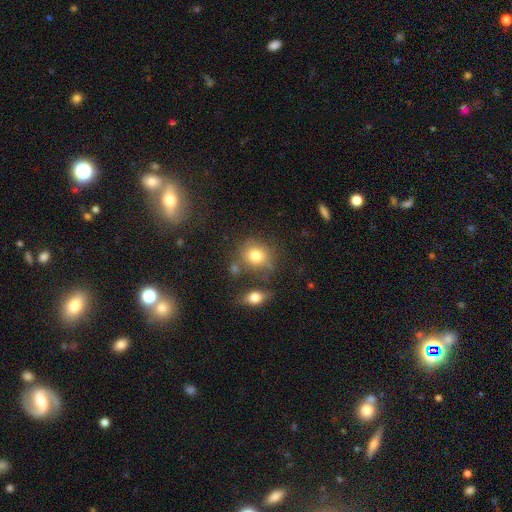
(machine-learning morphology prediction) This is likely a smooth galaxy (79%). How rounded: likely round (75%). Merging: likely none (66%).